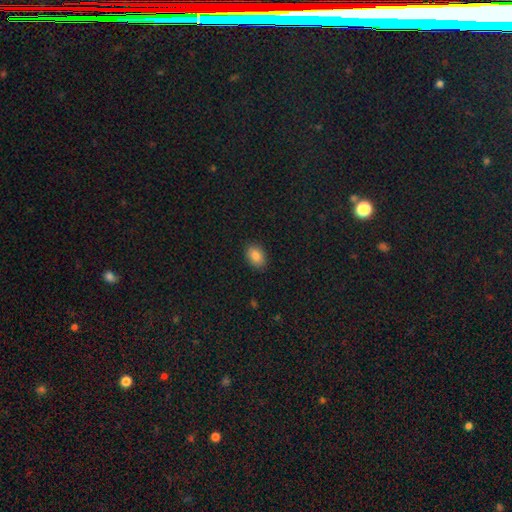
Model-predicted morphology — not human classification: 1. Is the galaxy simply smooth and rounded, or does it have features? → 86% smooth, 9% star or artifact, 6% featured or disk.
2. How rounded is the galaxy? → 82% in between, 17% round, 1% cigar-shaped.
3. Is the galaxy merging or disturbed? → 89% none, 8% minor disturbance, 2% major disturbance, 1% merger.